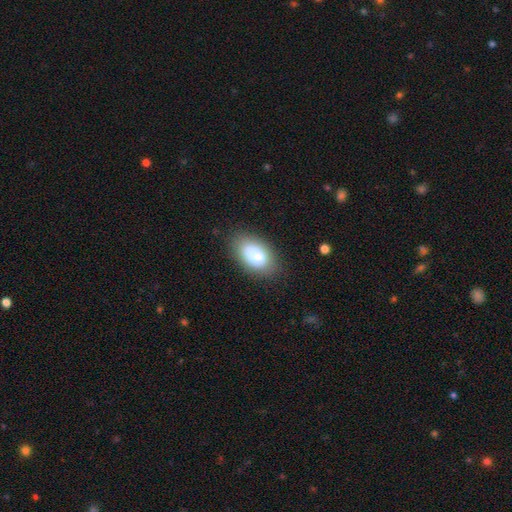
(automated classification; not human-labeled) This is likely a smooth galaxy (77%). How rounded: clearly in between (92%). Merging: likely none (76%).